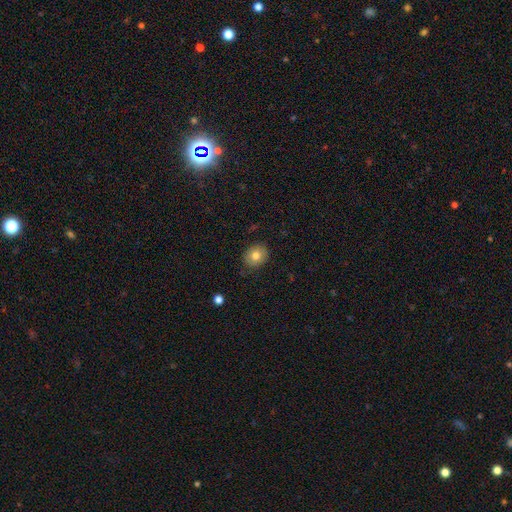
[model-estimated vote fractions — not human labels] smooth_or_featured: smooth (p=0.79) [alt: featured or disk p=0.11]
how_rounded: round (p=0.60) [alt: in between p=0.40]
merging: none (p=0.85) [alt: minor disturbance p=0.12]